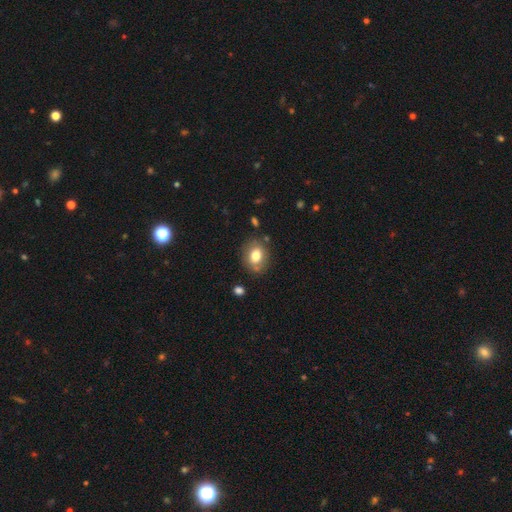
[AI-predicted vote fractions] Smooth or featured? Predicted: smooth (p=0.76). How rounded? Predicted: in between (p=0.55). Merging? Predicted: none (p=0.77).